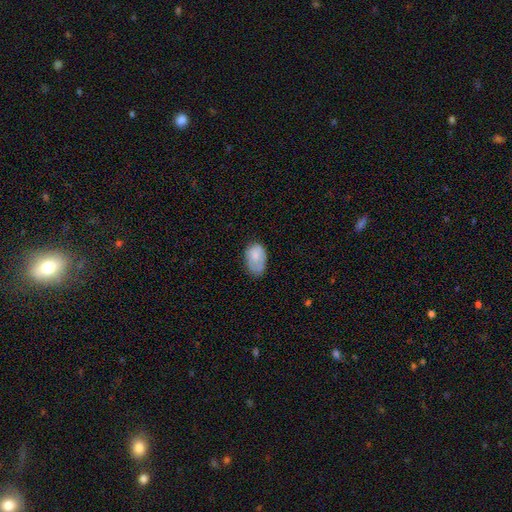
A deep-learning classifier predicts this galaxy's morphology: The model was most divided on "merging": none: 56%, minor disturbance: 32%, major disturbance: 11%, merger: 2%. More confident: how rounded — in between (89%); smooth or featured — smooth (72%).